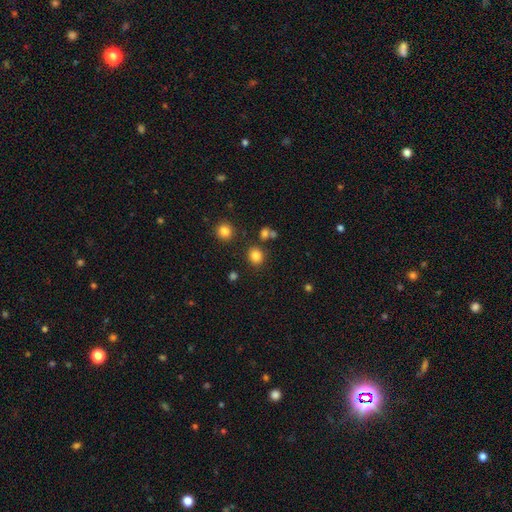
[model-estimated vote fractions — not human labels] A smooth galaxy with no disk features (83%) that is round (78%).

Vote fractions:
- Smooth or featured? smooth: 83% / star or artifact: 13% / featured or disk: 4%
- How rounded? round: 78% / in between: 21% / cigar-shaped: 1%
- Merging? none: 82% / minor disturbance: 8% / merger: 6% / major disturbance: 3%